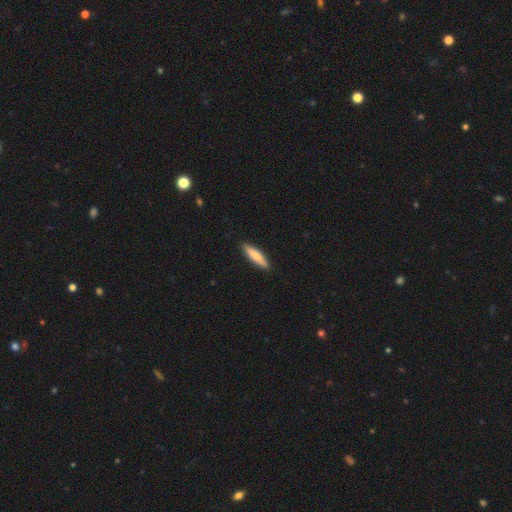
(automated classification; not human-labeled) Smooth or featured? Predicted: smooth (p=0.76). How rounded? Predicted: cigar-shaped (p=0.76). Merging? Predicted: none (p=0.90).